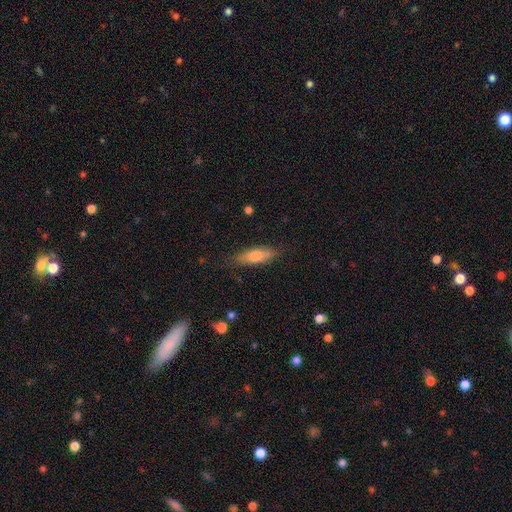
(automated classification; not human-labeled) smooth 70%, featured or disk 23%, star or artifact 7%. Down the decision tree: how rounded — in between (55%); merging — none (78%).